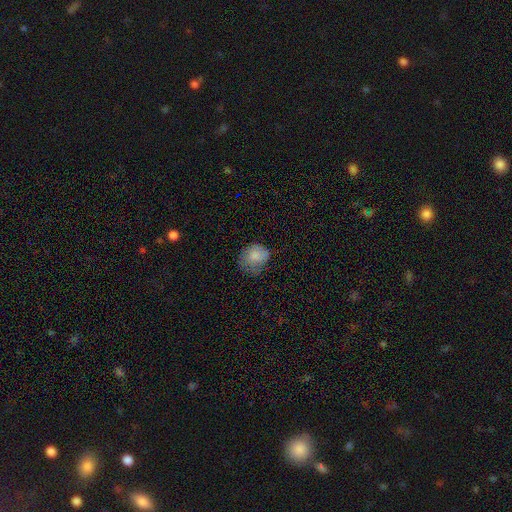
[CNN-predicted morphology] Q: Smooth or featured?
A: smooth (78%); runner-up: featured or disk (14%)
Q: How rounded?
A: round (64%); runner-up: in between (35%)
Q: Merging?
A: none (47%); runner-up: minor disturbance (35%)